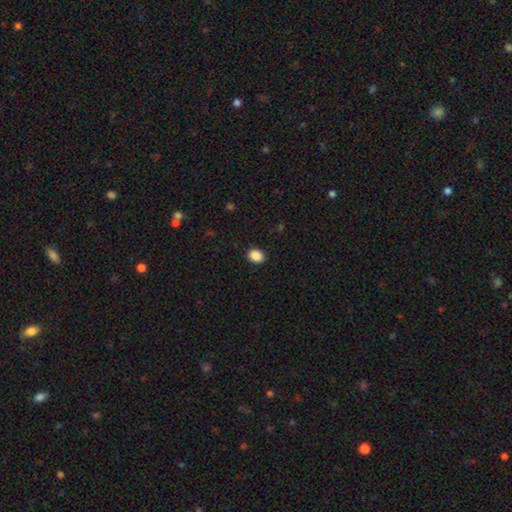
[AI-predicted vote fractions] Overall: smooth (89%). How rounded: round (52%; in between 47%). Merging: none (91%).